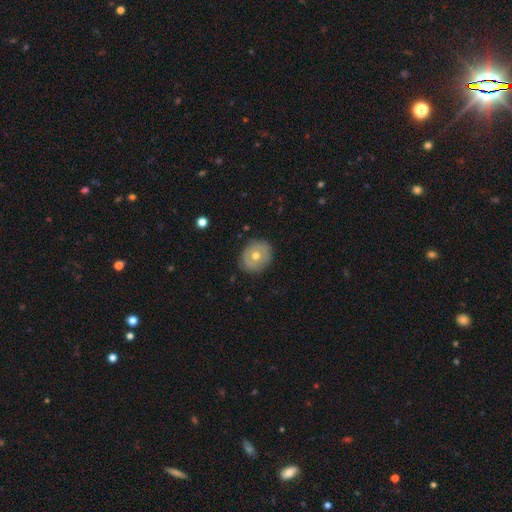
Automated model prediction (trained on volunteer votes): Q: Smooth or featured?
A: smooth (52%); runner-up: featured or disk (40%)
Q: How rounded?
A: round (76%); runner-up: in between (23%)
Q: Merging?
A: none (86%); runner-up: minor disturbance (10%)